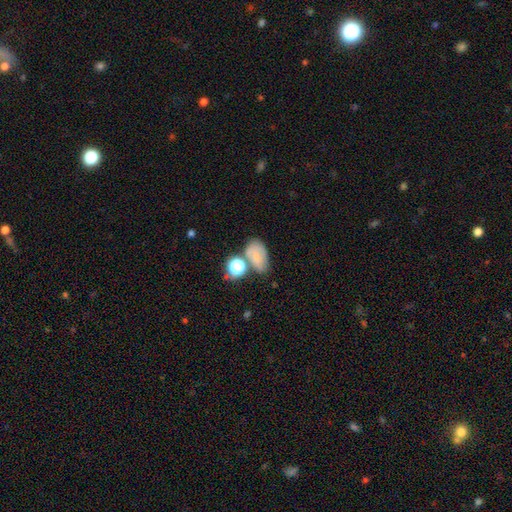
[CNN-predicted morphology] This appears to be a smooth galaxy with no disk features (68%) that is in between round and cigar-shaped (83%). Merging: none (46%).